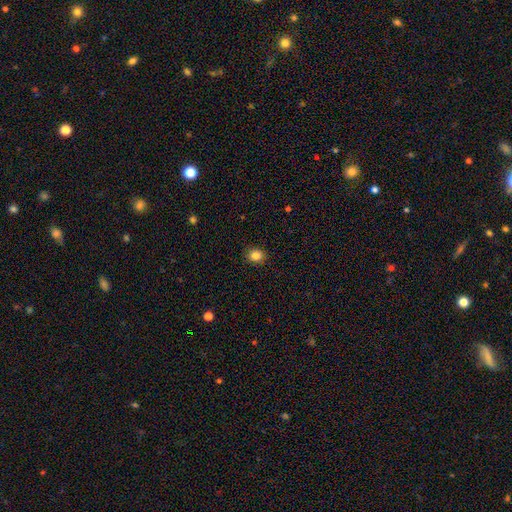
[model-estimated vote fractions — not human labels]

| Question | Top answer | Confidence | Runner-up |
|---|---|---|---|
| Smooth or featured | smooth | 84% | star or artifact (11%) |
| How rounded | round | 67% | in between (32%) |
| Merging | none | 90% | minor disturbance (7%) |